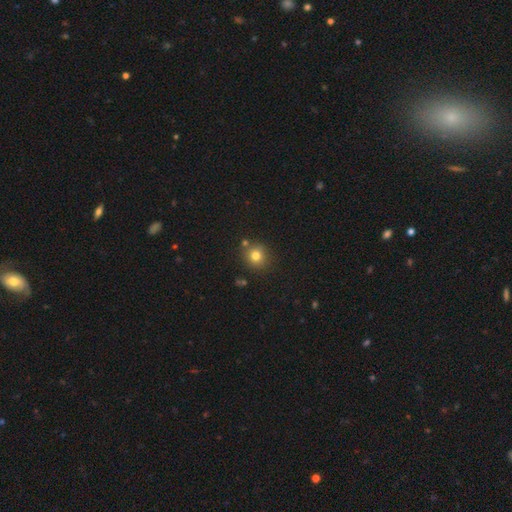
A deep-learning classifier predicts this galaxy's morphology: A smooth galaxy with no disk features (78%) that is round (87%).

Vote fractions:
- Smooth or featured? smooth: 78% / star or artifact: 14% / featured or disk: 8%
- How rounded? round: 87% / in between: 12% / cigar-shaped: 1%
- Merging? none: 80% / minor disturbance: 9% / merger: 8% / major disturbance: 3%